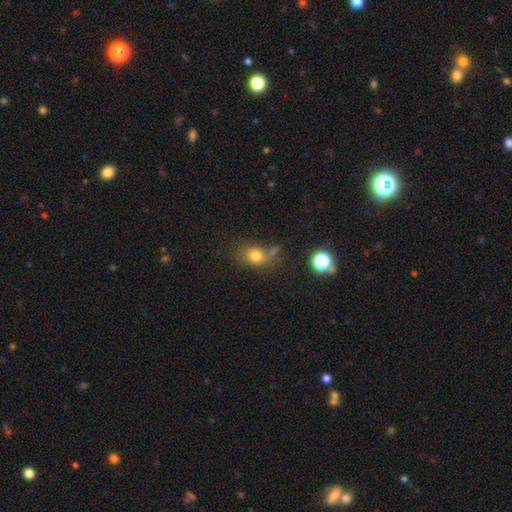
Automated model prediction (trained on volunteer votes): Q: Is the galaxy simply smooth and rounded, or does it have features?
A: smooth — 75%.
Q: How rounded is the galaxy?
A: round — 51%.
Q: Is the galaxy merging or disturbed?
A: none — 51%.